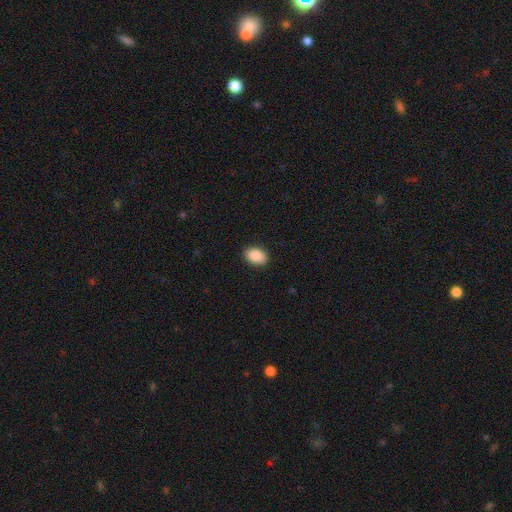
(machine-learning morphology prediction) A smooth galaxy with no disk features (90%) that is in between round and cigar-shaped (87%). Merging: none (89%).